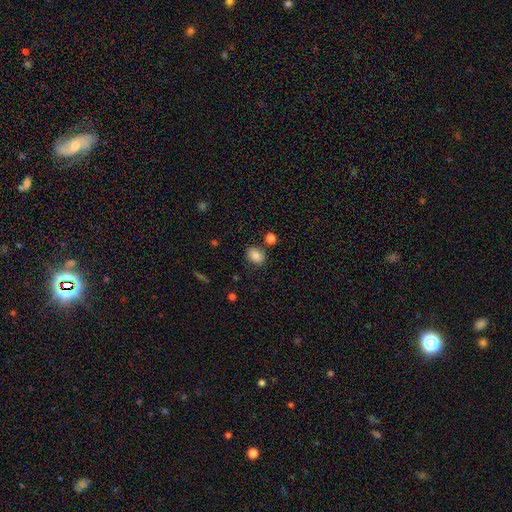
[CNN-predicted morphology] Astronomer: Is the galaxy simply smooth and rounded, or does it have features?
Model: smooth — 83%.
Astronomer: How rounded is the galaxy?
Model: in between — 59% (runner-up: round, 40%).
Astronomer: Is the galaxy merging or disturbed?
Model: none — 79%.